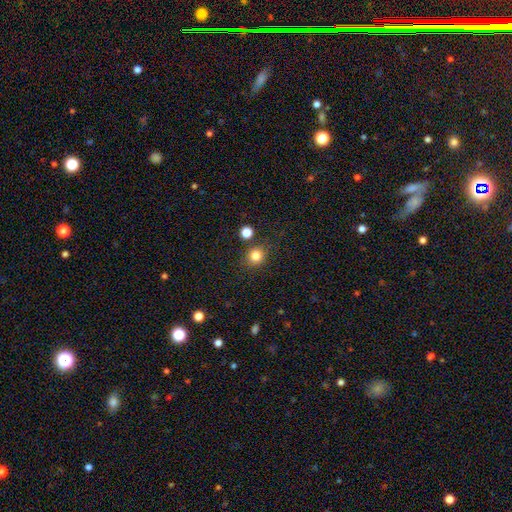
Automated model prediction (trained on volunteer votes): Overall: smooth (82%). How rounded: round (88%). Merging: none (82%).